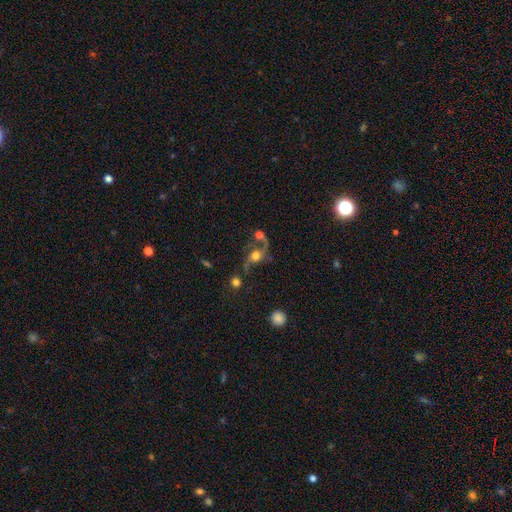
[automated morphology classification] Q: Smooth or featured?
A: featured or disk (75%); runner-up: smooth (15%)
Q: Edge-on disk?
A: no (95%); runner-up: yes (5%)
Q: Bar?
A: no (68%); runner-up: weak (24%)
Q: Spiral arms?
A: yes (92%); runner-up: no (8%)
Q: Spiral winding?
A: loose (83%); runner-up: medium (14%)
Q: Spiral arm count?
A: 2 (90%); runner-up: 1 (5%)
Q: Bulge size?
A: moderate (48%); runner-up: large (33%)
Q: Merging?
A: none (47%); runner-up: merger (24%)